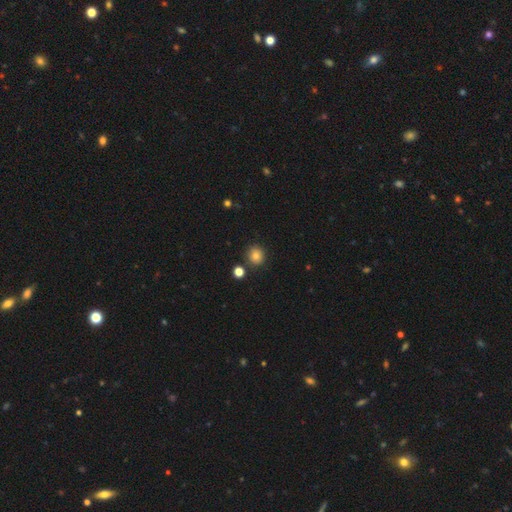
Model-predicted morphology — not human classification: A smooth galaxy with no disk features (80%) that is round (87%).

Vote fractions:
- Smooth or featured? smooth: 80% / star or artifact: 13% / featured or disk: 7%
- How rounded? round: 87% / in between: 12% / cigar-shaped: 1%
- Merging? none: 83% / minor disturbance: 9% / merger: 5% / major disturbance: 2%